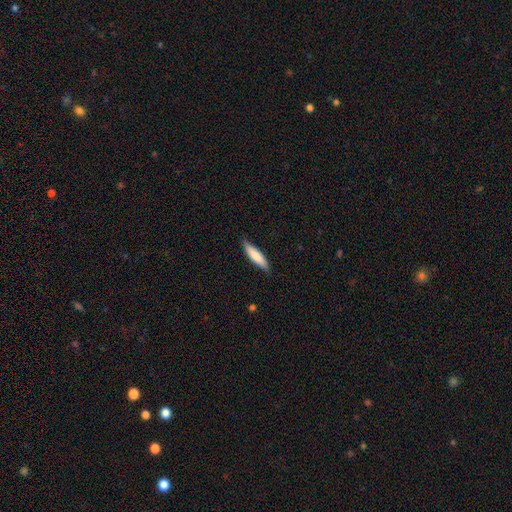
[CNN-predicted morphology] This is likely a smooth galaxy (77%). How rounded: likely cigar-shaped (73%). Merging: clearly none (83%).